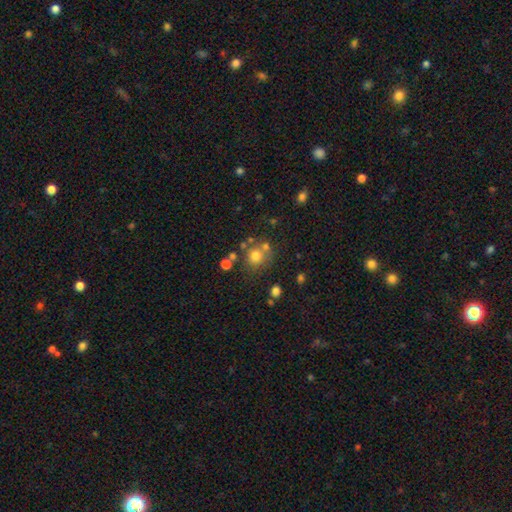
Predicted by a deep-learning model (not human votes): Smooth or featured?
  - smooth: 72% *
  - star or artifact: 16%
  - featured or disk: 12%
How rounded?
  - round: 86% *
  - in between: 13%
  - cigar-shaped: 1%
Merging?
  - none: 64% *
  - merger: 18%
  - minor disturbance: 12%
  - major disturbance: 6%